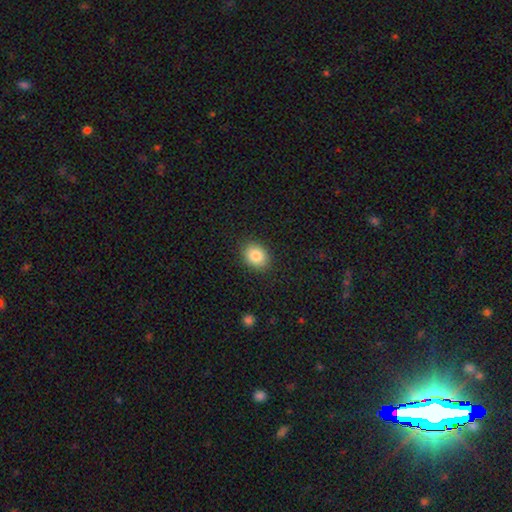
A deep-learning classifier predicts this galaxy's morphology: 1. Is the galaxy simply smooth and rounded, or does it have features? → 85% smooth, 9% star or artifact, 6% featured or disk.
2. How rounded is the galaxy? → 50% round, 49% in between, 1% cigar-shaped.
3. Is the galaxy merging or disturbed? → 88% none, 9% minor disturbance, 2% major disturbance, 1% merger.